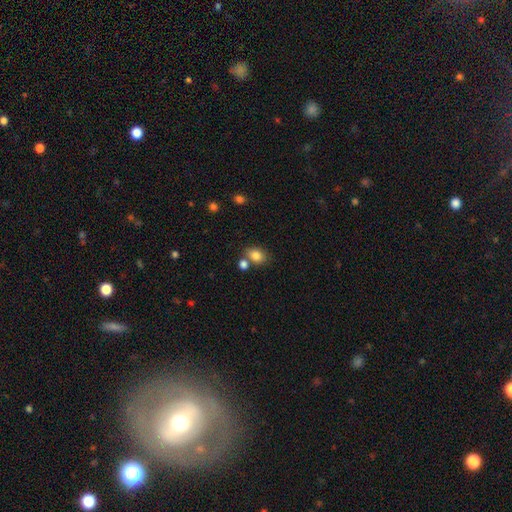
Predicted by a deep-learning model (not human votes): A smooth galaxy with no disk features (83%) that is in between round and cigar-shaped (61%). Merging: none (62%).